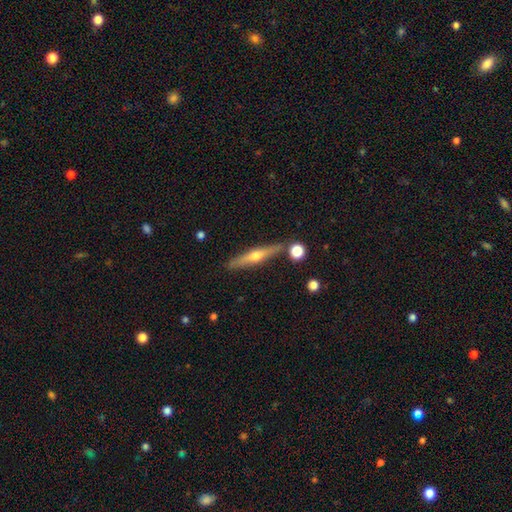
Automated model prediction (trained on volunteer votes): Smooth or featured? featured or disk (67%)
Edge-on disk? yes (96%)
Edge-on bulge? rounded (91%)
Merging? none (85%)